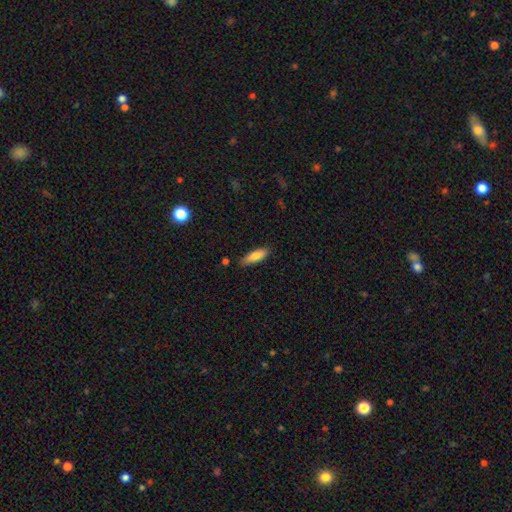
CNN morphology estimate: Q: Smooth or featured?
A: smooth (78%); runner-up: featured or disk (15%)
Q: How rounded?
A: cigar-shaped (51%); runner-up: in between (47%)
Q: Merging?
A: none (81%); runner-up: minor disturbance (15%)